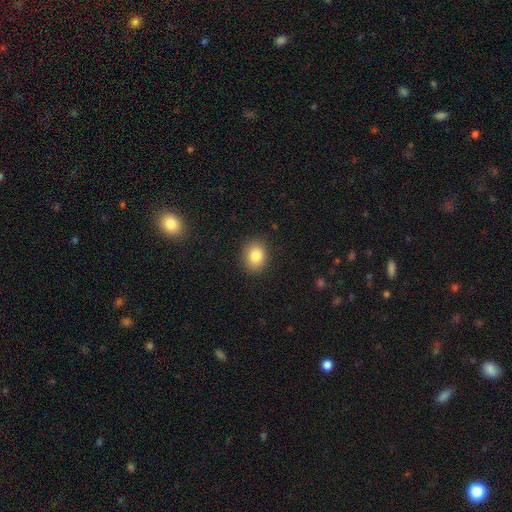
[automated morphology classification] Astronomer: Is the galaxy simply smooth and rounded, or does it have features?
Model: smooth — 85%.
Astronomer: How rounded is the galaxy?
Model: in between — 51% (runner-up: round, 48%).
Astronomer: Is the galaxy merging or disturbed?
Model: none — 88%.